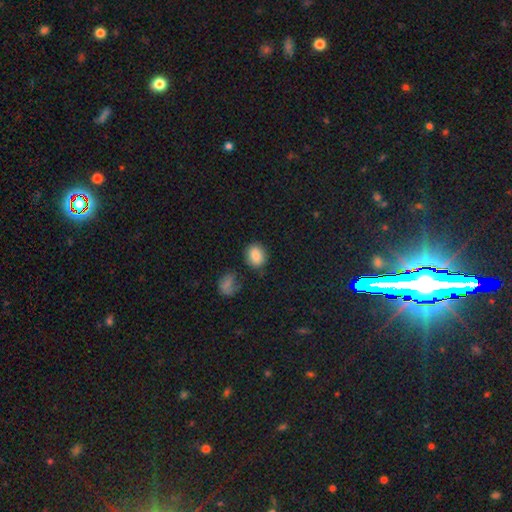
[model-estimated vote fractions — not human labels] Q: Smooth or featured?
A: smooth (84%); runner-up: star or artifact (9%)
Q: How rounded?
A: round (56%); runner-up: in between (43%)
Q: Merging?
A: none (76%); runner-up: minor disturbance (13%)